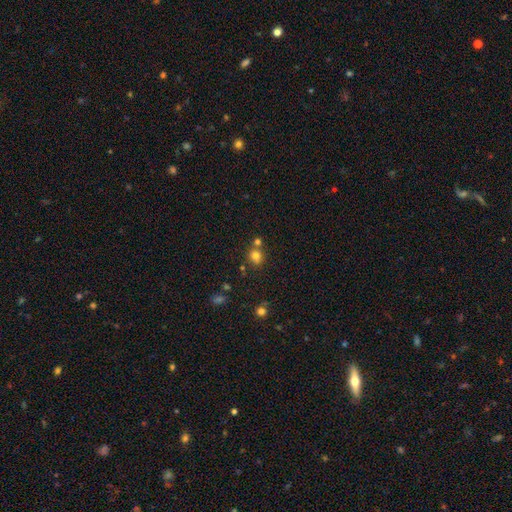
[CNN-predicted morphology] This is likely a smooth galaxy (76%). How rounded: likely round (79%). Merging: likely none (62%).